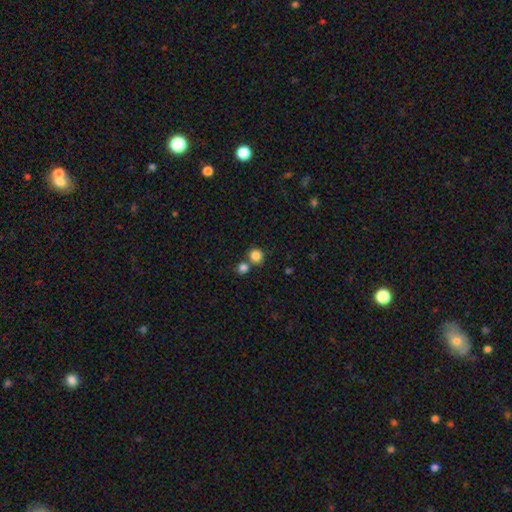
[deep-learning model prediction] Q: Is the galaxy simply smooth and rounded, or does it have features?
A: smooth — 84%.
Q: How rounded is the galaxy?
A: round — 89%.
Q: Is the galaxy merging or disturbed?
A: none — 65%.